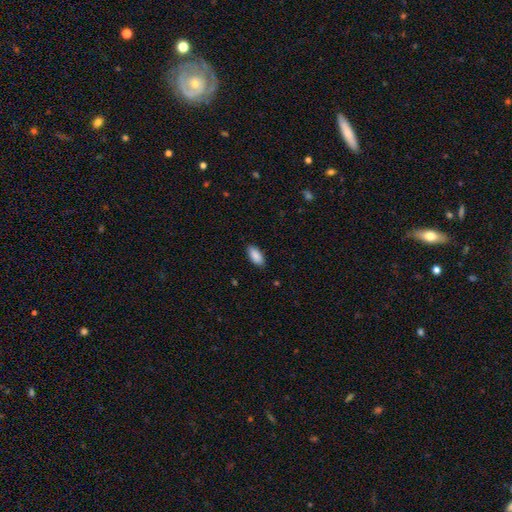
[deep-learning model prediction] Q: Smooth or featured?
A: smooth (90%); runner-up: star or artifact (6%)
Q: How rounded?
A: in between (91%); runner-up: cigar-shaped (7%)
Q: Merging?
A: none (87%); runner-up: minor disturbance (10%)